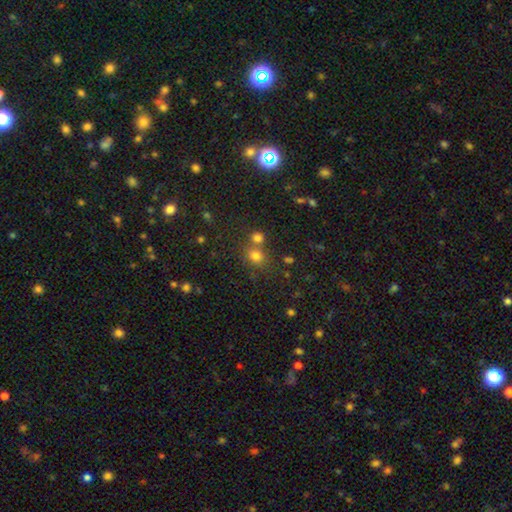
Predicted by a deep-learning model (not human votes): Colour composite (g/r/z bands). It shows a smooth galaxy with no disk features (75%) that is round (70%). Merging: none (57%).